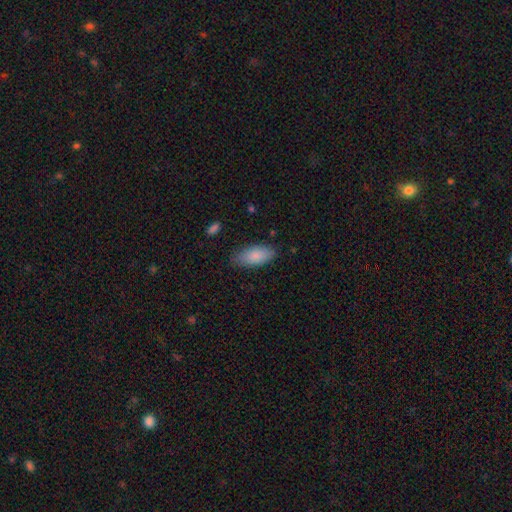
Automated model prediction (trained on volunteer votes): This is clearly a smooth galaxy (85%). How rounded: clearly in between (89%). Merging: likely none (79%).